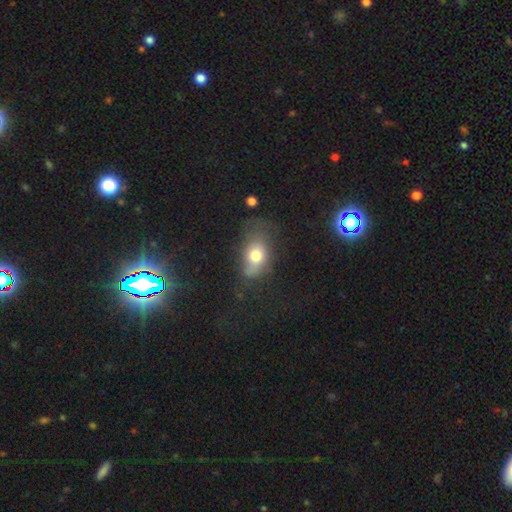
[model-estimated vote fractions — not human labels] Smooth or featured: smooth — 70% (featured or disk — 19%)
How rounded: in between — 75% (round — 23%)
Merging: none — 42% (minor disturbance — 29%)